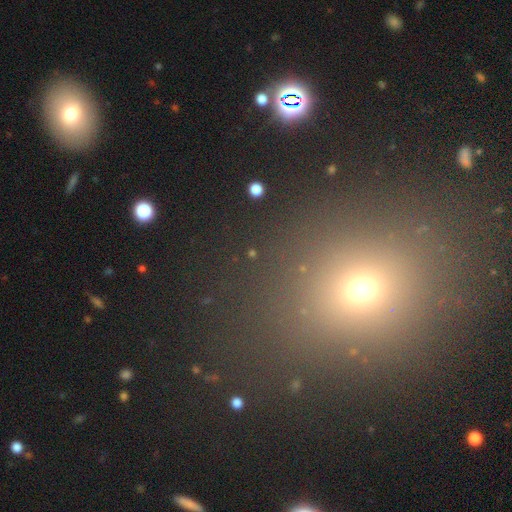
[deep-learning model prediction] smooth 49%, star or artifact 41%, featured or disk 10%. Down the decision tree: merging — none (84%).